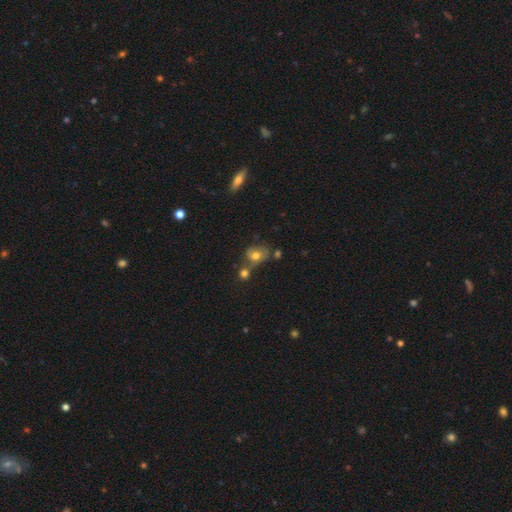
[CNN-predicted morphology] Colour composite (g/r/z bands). It shows a smooth galaxy with no disk features (66%) that is round (51%). Merging: none (47%).